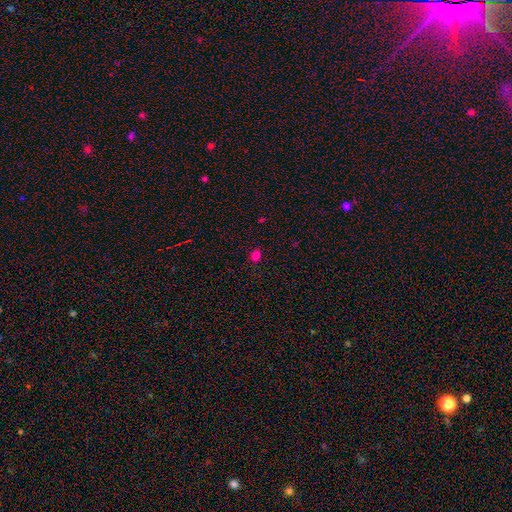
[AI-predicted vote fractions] A smooth galaxy with no disk features (80%) that is in between round and cigar-shaped (65%).

Vote fractions:
- Smooth or featured? smooth: 80% / star or artifact: 16% / featured or disk: 4%
- How rounded? in between: 65% / round: 34% / cigar-shaped: 1%
- Merging? none: 87% / minor disturbance: 9% / major disturbance: 2% / merger: 1%